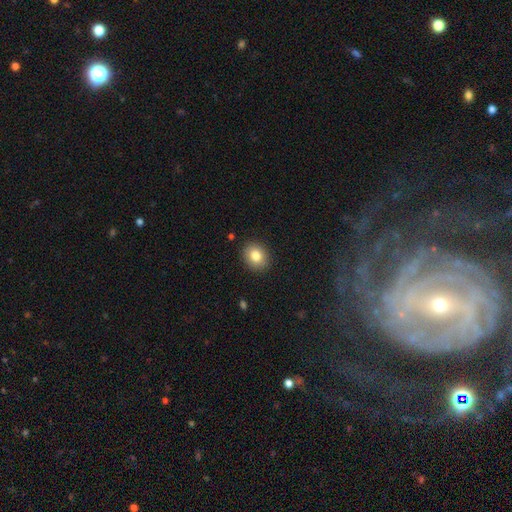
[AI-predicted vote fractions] Morphology: type=smooth (83%); roundness=round (59%); merging=none (89%).